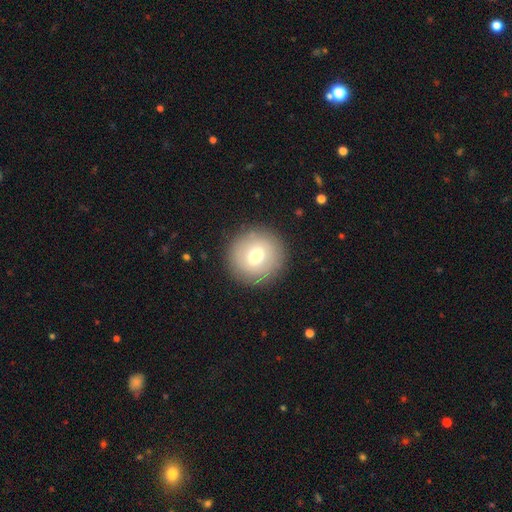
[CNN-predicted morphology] A smooth galaxy with no disk features (65%) that is round (92%).

Vote fractions:
- Smooth or featured? smooth: 65% / featured or disk: 25% / star or artifact: 10%
- How rounded? round: 92% / in between: 7% / cigar-shaped: 1%
- Merging? none: 88% / minor disturbance: 8% / major disturbance: 3% / merger: 1%